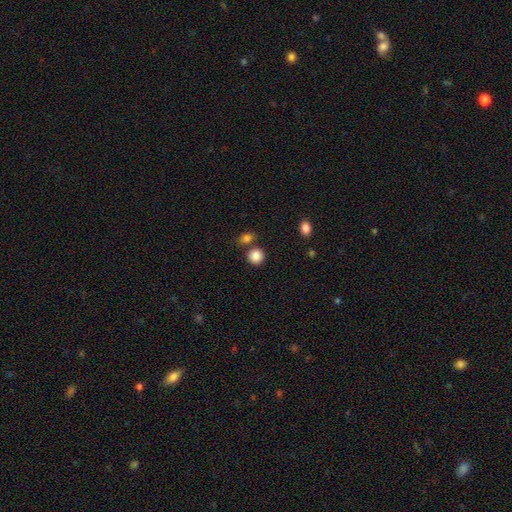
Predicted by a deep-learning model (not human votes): Smooth or featured?
  - smooth: 87% *
  - star or artifact: 9%
  - featured or disk: 4%
How rounded?
  - round: 89% *
  - in between: 10%
  - cigar-shaped: 1%
Merging?
  - none: 75% *
  - merger: 14%
  - minor disturbance: 9%
  - major disturbance: 3%